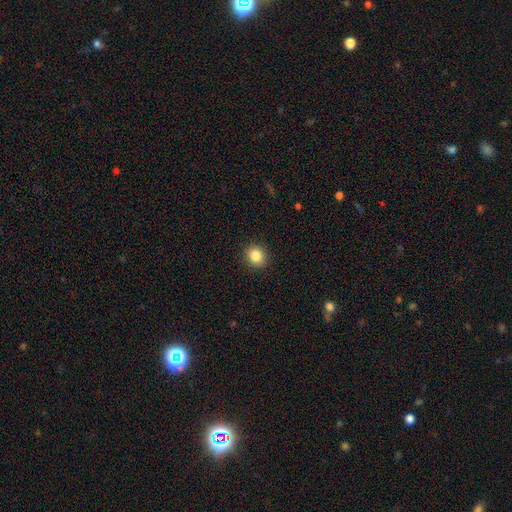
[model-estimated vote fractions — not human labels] A smooth galaxy with no disk features (85%) that is round (77%).

Vote fractions:
- Smooth or featured? smooth: 85% / star or artifact: 10% / featured or disk: 5%
- How rounded? round: 77% / in between: 22% / cigar-shaped: 1%
- Merging? none: 91% / minor disturbance: 6% / major disturbance: 2% / merger: 1%